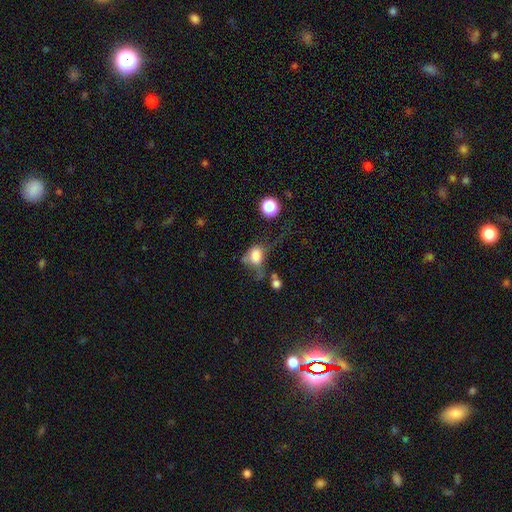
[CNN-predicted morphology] A smooth galaxy with no disk features (69%) that is in between round and cigar-shaped (63%). Merging: major disturbance (41%).